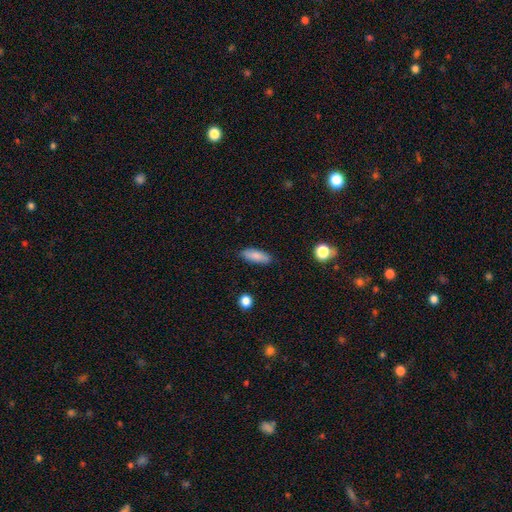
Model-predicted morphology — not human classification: Smooth or featured: smooth — 85% (featured or disk — 8%)
How rounded: in between — 62% (cigar-shaped — 36%)
Merging: none — 87% (minor disturbance — 10%)